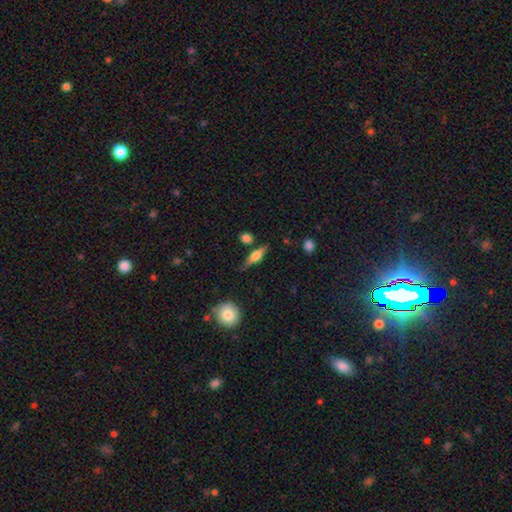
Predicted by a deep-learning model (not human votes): Smooth or featured: featured or disk — 52% (smooth — 41%)
Edge-on disk: yes — 93% (no — 7%)
Merging: none — 73% (minor disturbance — 16%)